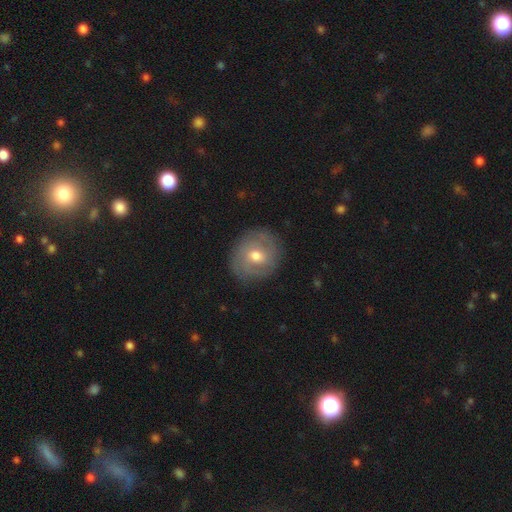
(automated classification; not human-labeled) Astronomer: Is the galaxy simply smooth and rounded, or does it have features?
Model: featured or disk — 58% (runner-up: smooth, 34%).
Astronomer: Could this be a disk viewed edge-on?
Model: no — 96%.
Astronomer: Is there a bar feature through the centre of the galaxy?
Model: no — 52% (runner-up: weak, 39%).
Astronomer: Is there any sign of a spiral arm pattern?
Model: yes — 72%.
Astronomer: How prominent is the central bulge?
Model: moderate — 74%.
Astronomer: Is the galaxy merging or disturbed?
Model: none — 83%.